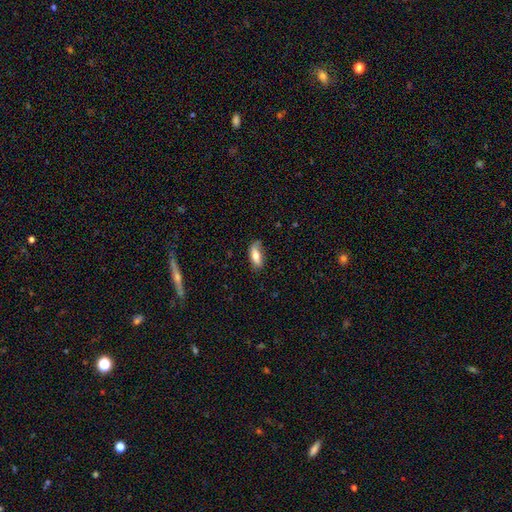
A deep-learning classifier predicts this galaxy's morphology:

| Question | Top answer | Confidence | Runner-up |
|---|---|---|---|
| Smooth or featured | smooth | 73% | featured or disk (20%) |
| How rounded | in between | 78% | cigar-shaped (20%) |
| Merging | none | 63% | minor disturbance (28%) |